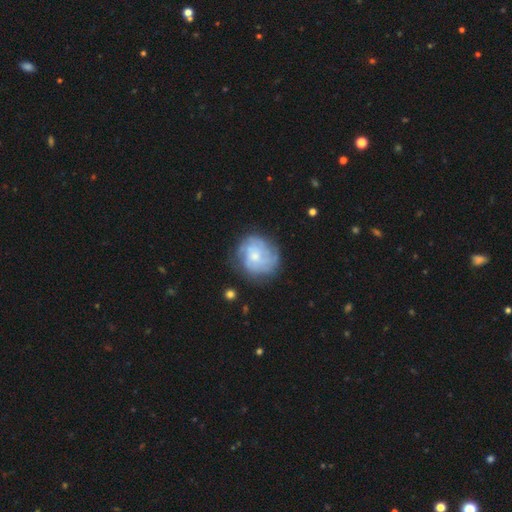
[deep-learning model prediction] Smooth or featured: featured or disk — 63% (smooth — 29%)
Edge-on disk: no — 98% (yes — 2%)
Bar: no — 75% (weak — 22%)
Spiral arms: yes — 83% (no — 17%)
Spiral winding: tight — 55% (medium — 32%)
Spiral arm count: can't tell — 48% (3 — 15%)
Bulge size: small — 50% (moderate — 39%)
Merging: none — 70% (minor disturbance — 19%)